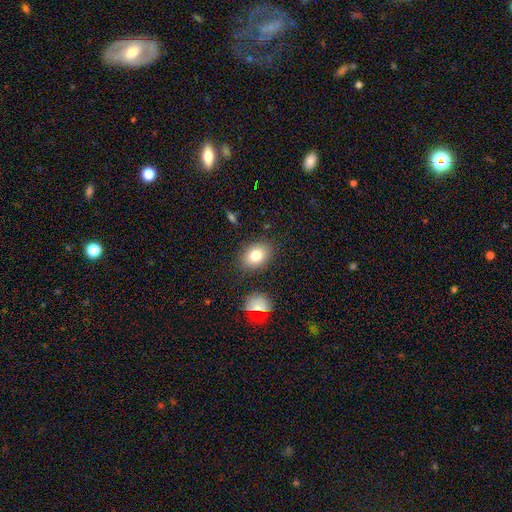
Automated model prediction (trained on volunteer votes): Morphology: type=smooth (78%); roundness=in between (72%); merging=none (84%).